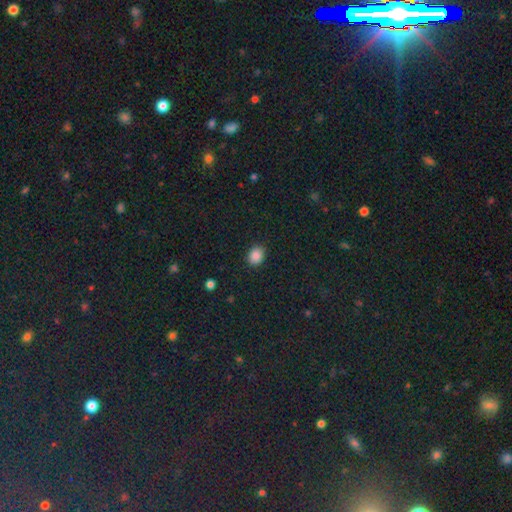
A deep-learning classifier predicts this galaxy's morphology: This appears to be a smooth galaxy with no disk features (86%) that is round (55%). Merging: none (89%).